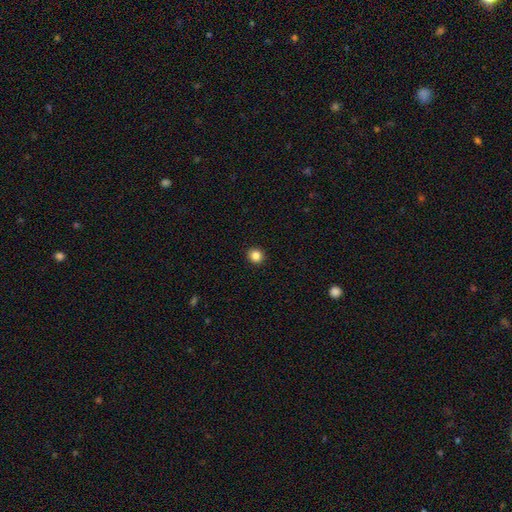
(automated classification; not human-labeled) A smooth galaxy with no disk features (85%) that is round (90%). Merging: none (93%).